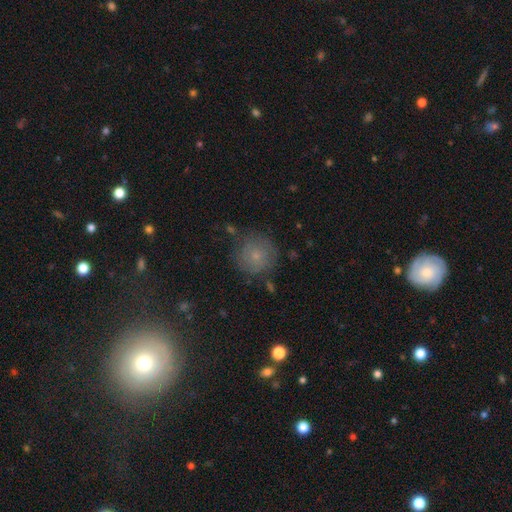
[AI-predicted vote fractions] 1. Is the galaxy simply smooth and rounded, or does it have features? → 57% smooth, 29% featured or disk, 14% star or artifact.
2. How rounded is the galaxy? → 93% round, 6% in between, 1% cigar-shaped.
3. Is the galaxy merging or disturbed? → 76% none, 16% minor disturbance, 6% major disturbance, 3% merger.